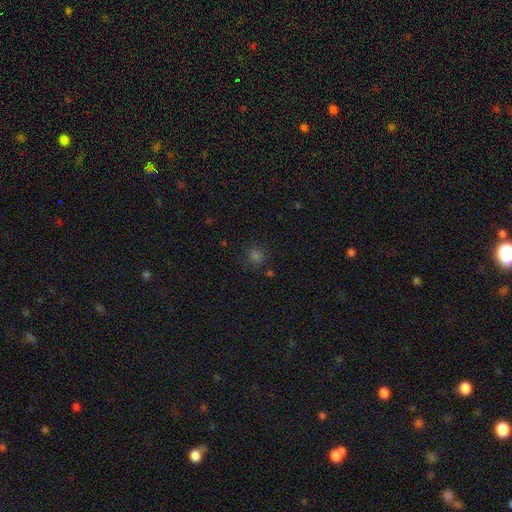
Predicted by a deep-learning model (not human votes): A smooth galaxy with no disk features (68%) that is round (86%). Merging: none (81%).